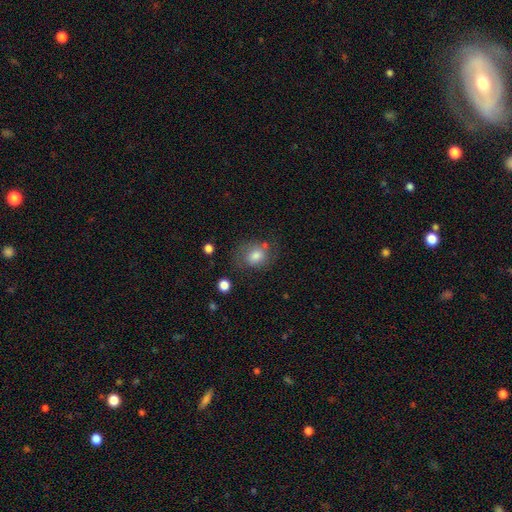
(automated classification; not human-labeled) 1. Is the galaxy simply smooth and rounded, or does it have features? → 75% smooth, 16% featured or disk, 9% star or artifact.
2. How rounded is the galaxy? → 53% in between, 46% round, 1% cigar-shaped.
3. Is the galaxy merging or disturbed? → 59% none, 23% minor disturbance, 12% major disturbance, 6% merger.